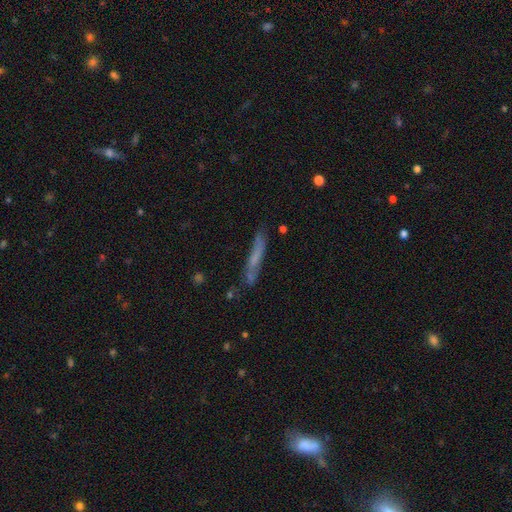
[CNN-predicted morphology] Smooth or featured?
  - smooth: 56% *
  - featured or disk: 35%
  - star or artifact: 9%
How rounded?
  - cigar-shaped: 92% *
  - in between: 6%
  - round: 2%
Merging?
  - none: 68% *
  - minor disturbance: 21%
  - major disturbance: 6%
  - merger: 5%